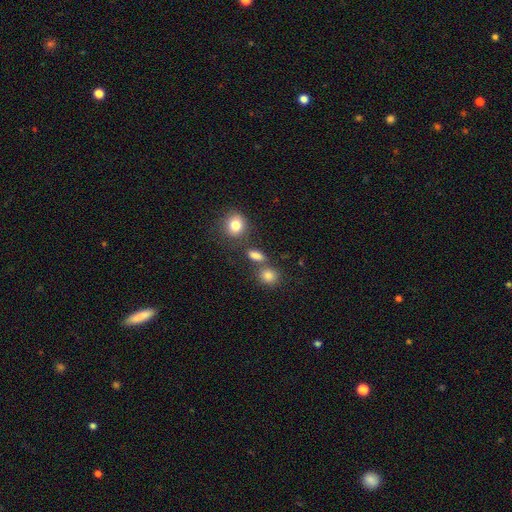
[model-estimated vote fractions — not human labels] smooth 81%, star or artifact 12%, featured or disk 7%. Down the decision tree: how rounded — in between (59%); merging — none (63%).